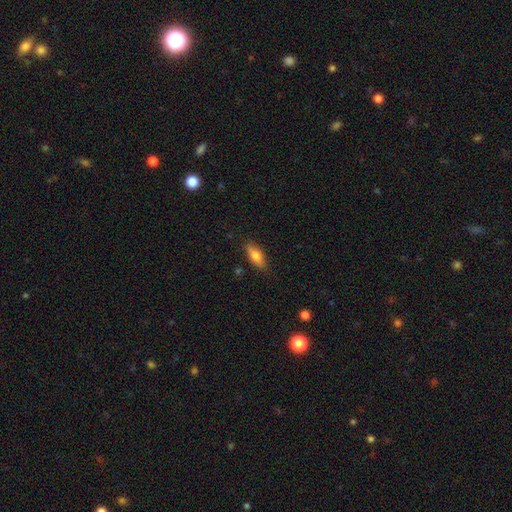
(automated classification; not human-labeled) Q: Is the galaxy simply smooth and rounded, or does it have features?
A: smooth — 73%.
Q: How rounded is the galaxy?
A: in between — 71%.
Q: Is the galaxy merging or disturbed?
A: none — 83%.